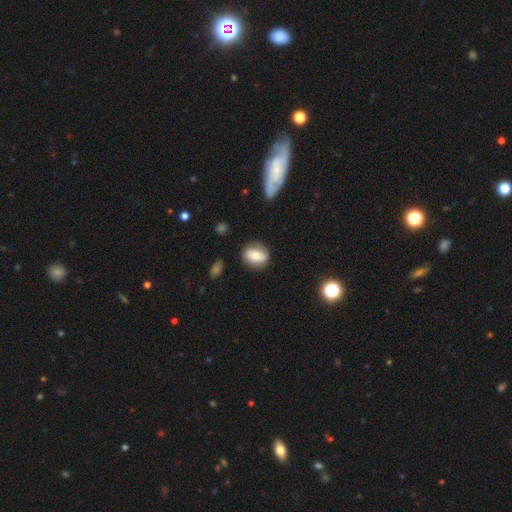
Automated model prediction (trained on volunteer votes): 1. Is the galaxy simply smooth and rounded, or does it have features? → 59% smooth, 32% featured or disk, 9% star or artifact.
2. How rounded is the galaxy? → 54% round, 44% in between, 2% cigar-shaped.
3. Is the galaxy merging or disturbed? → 79% none, 15% minor disturbance, 4% major disturbance, 2% merger.